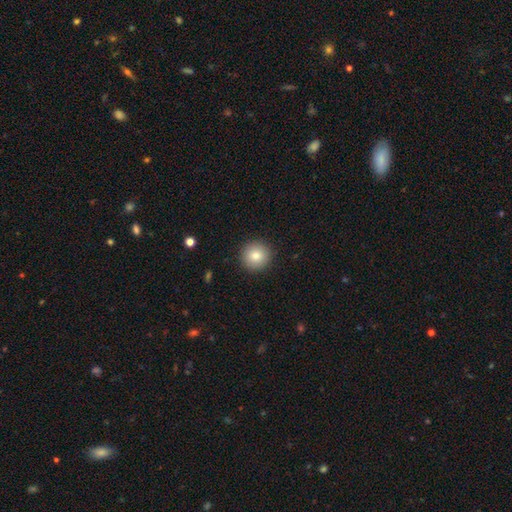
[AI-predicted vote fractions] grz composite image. It shows a smooth galaxy with no disk features (83%) that is round (94%). Merging: none (92%).